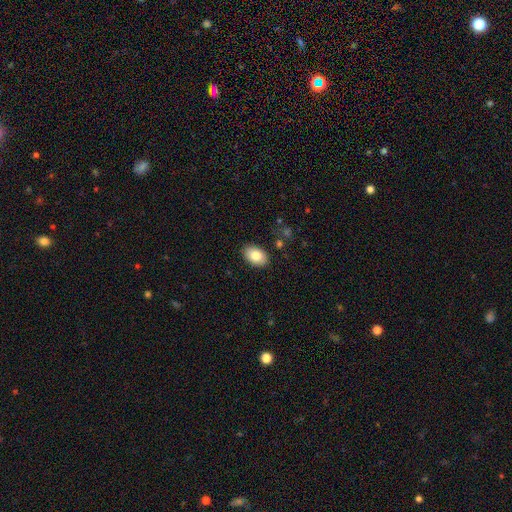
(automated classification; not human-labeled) Smooth or featured: smooth — 81% (featured or disk — 11%)
How rounded: in between — 88% (round — 11%)
Merging: none — 87% (minor disturbance — 9%)